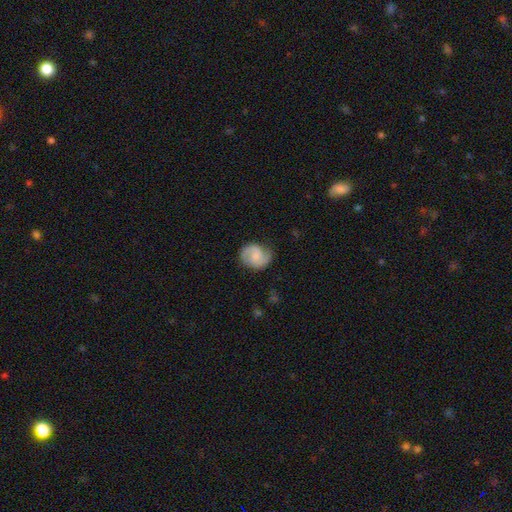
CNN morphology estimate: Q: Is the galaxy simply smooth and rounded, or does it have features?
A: featured or disk — 70%.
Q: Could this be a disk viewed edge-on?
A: no — 98%.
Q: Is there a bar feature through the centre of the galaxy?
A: no — 54%.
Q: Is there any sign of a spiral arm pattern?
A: yes — 95%.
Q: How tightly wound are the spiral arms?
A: medium — 52%.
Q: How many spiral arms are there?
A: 2 — 89%.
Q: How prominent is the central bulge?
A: small — 44%.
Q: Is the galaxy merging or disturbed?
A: none — 77%.